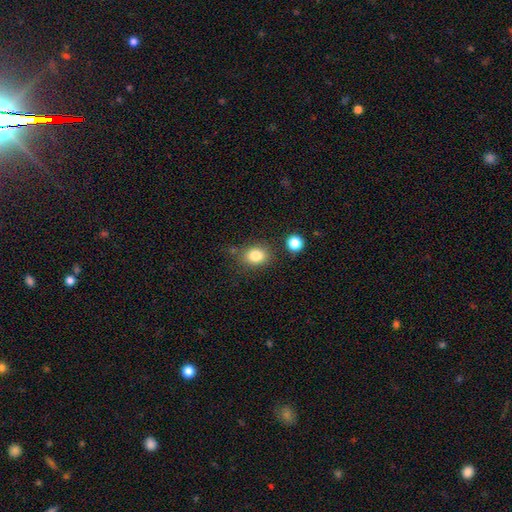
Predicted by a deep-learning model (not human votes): A smooth galaxy with no disk features (83%) that is round (50%).

Vote fractions:
- Smooth or featured? smooth: 83% / star or artifact: 10% / featured or disk: 7%
- How rounded? round: 50% / in between: 49% / cigar-shaped: 1%
- Merging? none: 74% / minor disturbance: 14% / merger: 7% / major disturbance: 4%